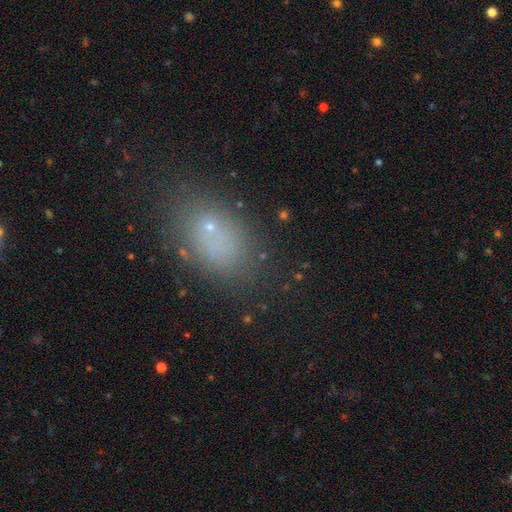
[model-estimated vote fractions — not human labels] Overall: smooth (66%). How rounded: in between (80%). Merging: none (77%).